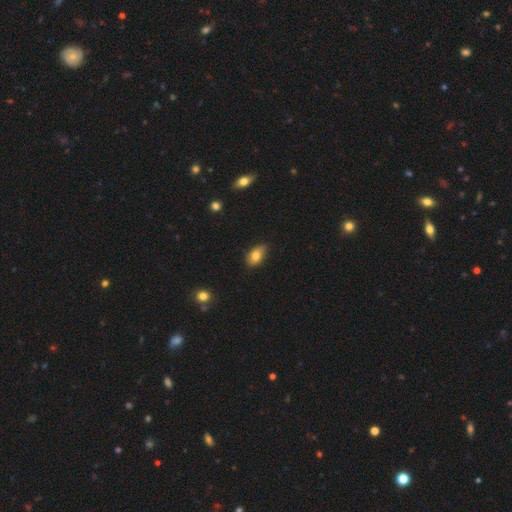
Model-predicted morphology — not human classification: Smooth or featured? Predicted: smooth (p=0.74). How rounded? Predicted: in between (p=0.87). Merging? Predicted: none (p=0.56).